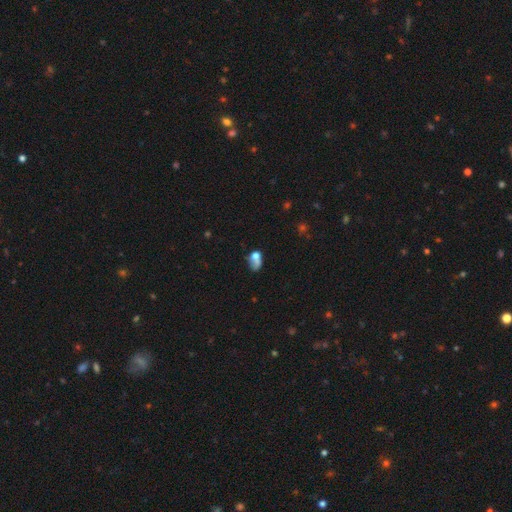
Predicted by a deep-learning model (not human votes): smooth-or-featured: smooth: 62% | featured or disk: 23% | star or artifact: 16%
  how-rounded: in between: 70% | round: 27% | cigar-shaped: 3%
  merging: merger: 28% | major disturbance: 27% | none: 26% | minor disturbance: 19%